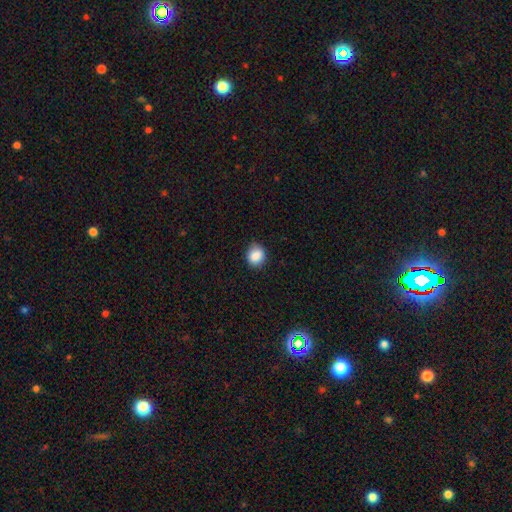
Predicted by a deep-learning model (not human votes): Q: Smooth or featured?
A: smooth (87%); runner-up: star or artifact (9%)
Q: How rounded?
A: round (69%); runner-up: in between (30%)
Q: Merging?
A: none (82%); runner-up: minor disturbance (14%)